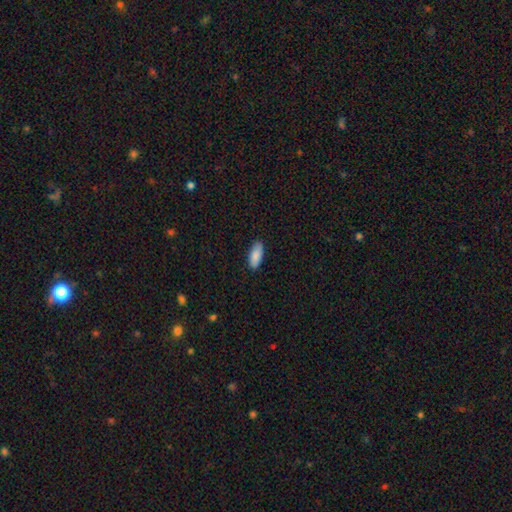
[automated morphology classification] smooth_or_featured: smooth (p=0.89) [alt: star or artifact p=0.06]
how_rounded: in between (p=0.82) [alt: cigar-shaped p=0.16]
merging: none (p=0.88) [alt: minor disturbance p=0.09]